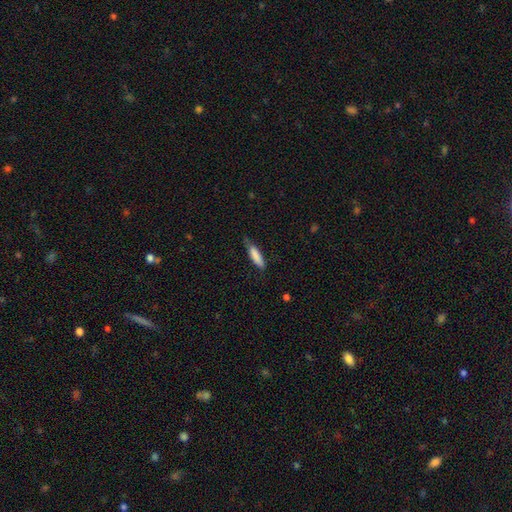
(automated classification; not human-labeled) Overall: smooth (84%). How rounded: cigar-shaped (70%). Merging: none (68%).